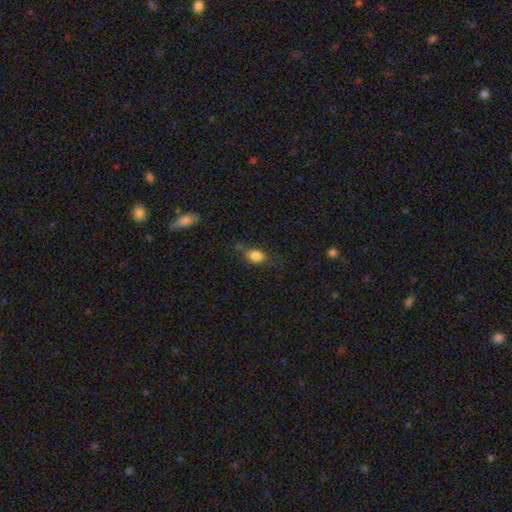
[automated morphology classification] smooth-or-featured: smooth: 82% | star or artifact: 9% | featured or disk: 9%
  how-rounded: in between: 76% | round: 20% | cigar-shaped: 4%
  merging: none: 64% | minor disturbance: 24% | major disturbance: 7% | merger: 5%